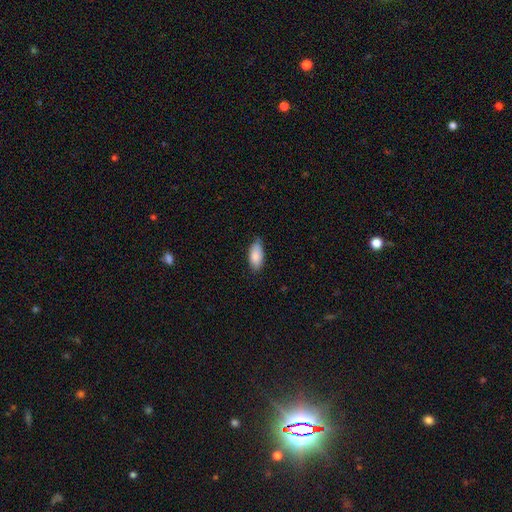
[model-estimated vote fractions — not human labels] smooth_or_featured: smooth (p=0.87) [alt: featured or disk p=0.07]
how_rounded: in between (p=0.90) [alt: cigar-shaped p=0.08]
merging: none (p=0.74) [alt: minor disturbance p=0.22]